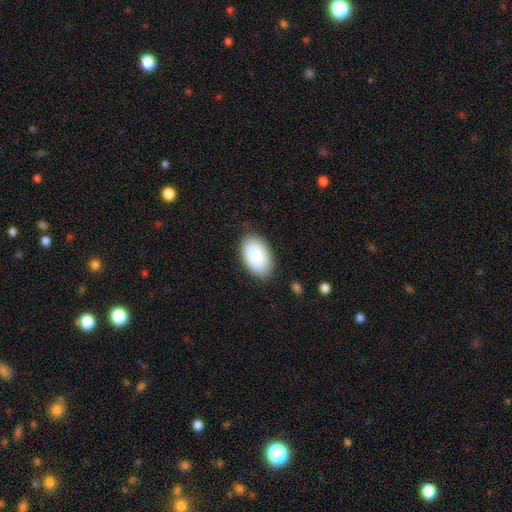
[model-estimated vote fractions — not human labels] A smooth galaxy with no disk features (84%) that is in between round and cigar-shaped (94%). Merging: none (82%).